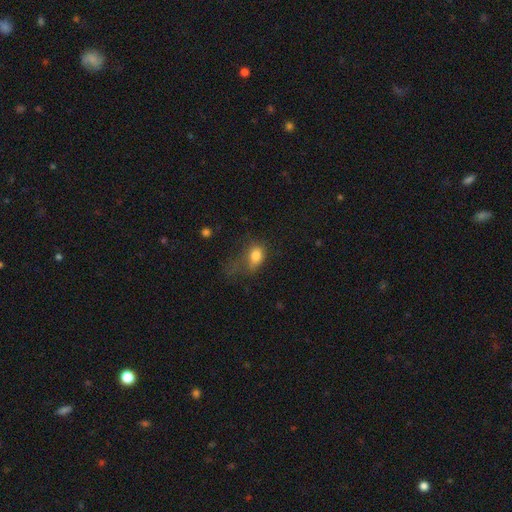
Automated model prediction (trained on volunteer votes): Smooth or featured?
  - smooth: 79% *
  - featured or disk: 11%
  - star or artifact: 10%
How rounded?
  - in between: 75% *
  - round: 23%
  - cigar-shaped: 2%
Merging?
  - major disturbance: 44% *
  - none: 27%
  - minor disturbance: 25%
  - merger: 4%